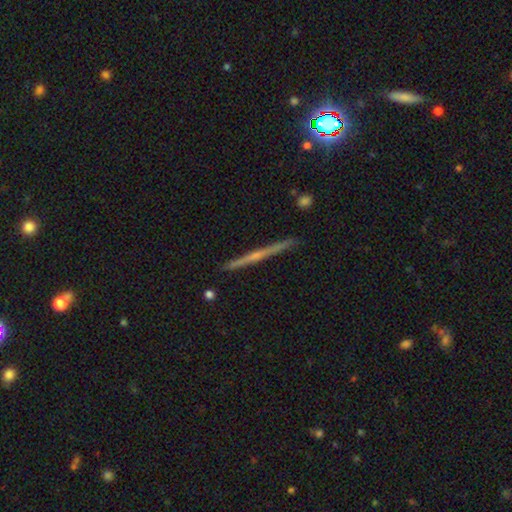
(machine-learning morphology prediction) Overall: featured or disk (68%). Edge-on disk: yes (98%). Edge-on bulge: rounded (51%; none 42%). Merging: none (91%).